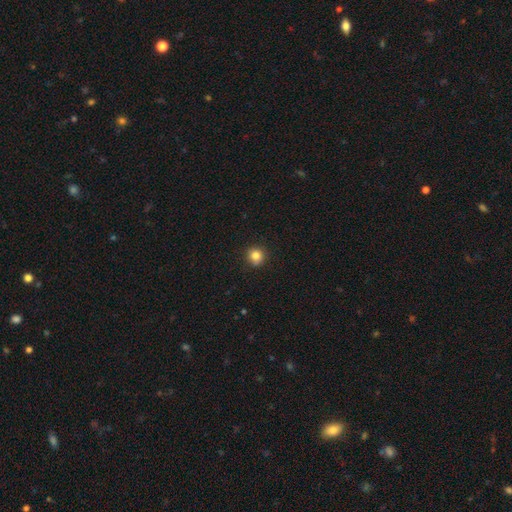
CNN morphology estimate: Q: Smooth or featured?
A: smooth (83%); runner-up: star or artifact (11%)
Q: How rounded?
A: round (91%); runner-up: in between (8%)
Q: Merging?
A: none (88%); runner-up: minor disturbance (9%)